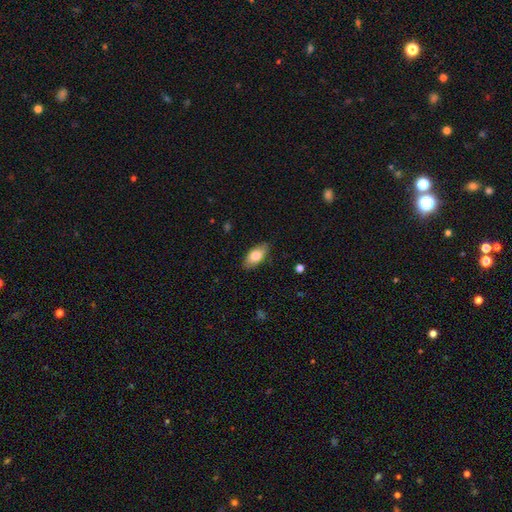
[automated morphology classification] Smooth or featured? Predicted: smooth (p=0.78). How rounded? Predicted: in between (p=0.89). Merging? Predicted: none (p=0.86).